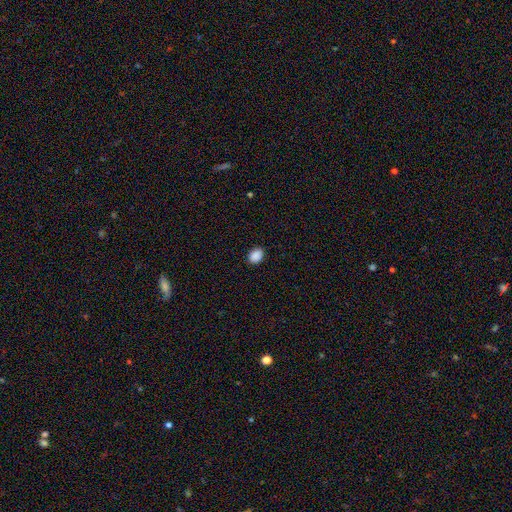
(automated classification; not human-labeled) Smooth or featured? smooth (89%)
How rounded? in between (70%)
Merging? none (89%)